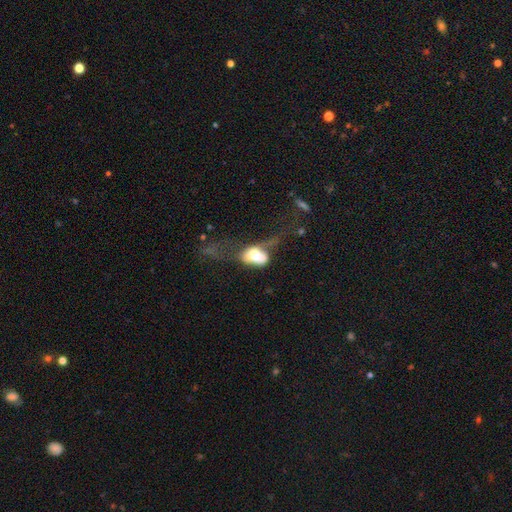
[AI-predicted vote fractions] The model was most divided on "merging": major disturbance: 48%, merger: 22%, minor disturbance: 15%, none: 15%. More confident: how rounded — in between (76%); smooth or featured — smooth (58%).